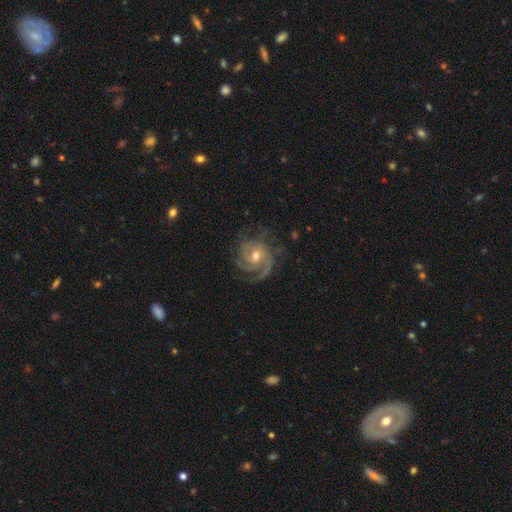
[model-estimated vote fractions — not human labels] This is clearly a featured or disk galaxy (89%). It is clearly not viewed edge-on (98%). Bar: likely no (68%). Spiral arm pattern: clearly yes (97%). Spiral arm count: marginally 3 (42%). Spiral winding: possibly tight (56%). Central bulge: likely moderate (62%). Merging: likely none (72%).